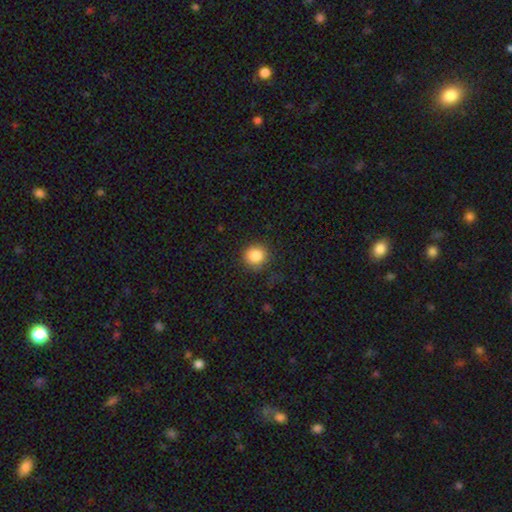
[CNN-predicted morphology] Q: Smooth or featured?
A: smooth (86%); runner-up: star or artifact (9%)
Q: How rounded?
A: round (91%); runner-up: in between (8%)
Q: Merging?
A: none (84%); runner-up: minor disturbance (11%)